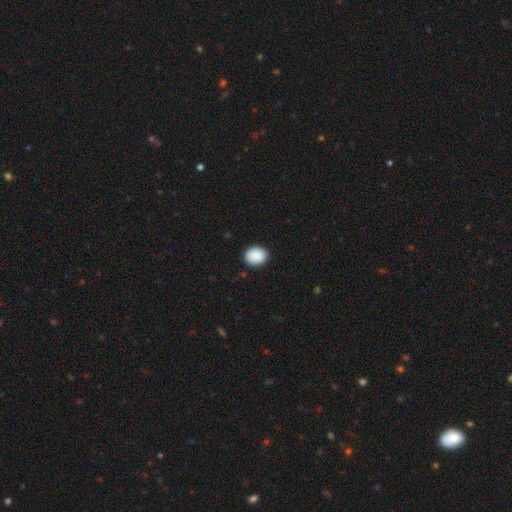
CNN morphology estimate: A smooth galaxy with no disk features (90%) that is round (55%). Merging: none (88%).